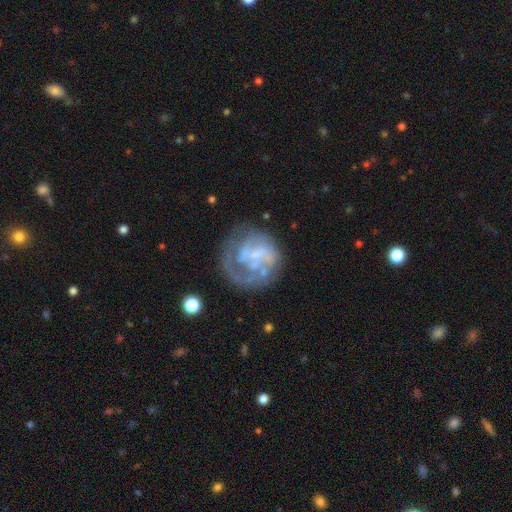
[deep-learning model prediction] featured or disk 67%, smooth 25%, star or artifact 8%. Down the decision tree: edge-on disk — no (98%); bar — no (64%); spiral arms — yes (55%); bulge size — none (54%); merging — none (52%).